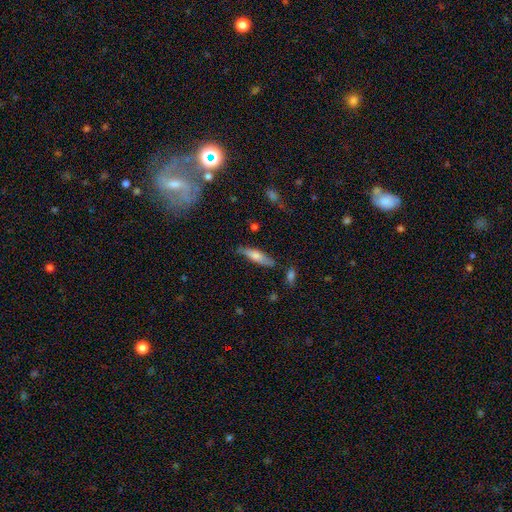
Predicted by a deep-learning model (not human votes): This appears to be a smooth galaxy with no disk features (66%) that is cigar-shaped (67%). Merging: none (72%).